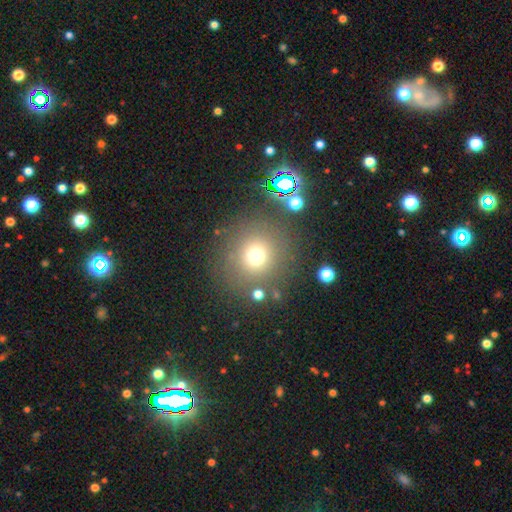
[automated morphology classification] smooth_or_featured: smooth (p=0.69) [alt: star or artifact p=0.21]
how_rounded: round (p=0.92) [alt: in between p=0.07]
merging: none (p=0.82) [alt: minor disturbance p=0.08]